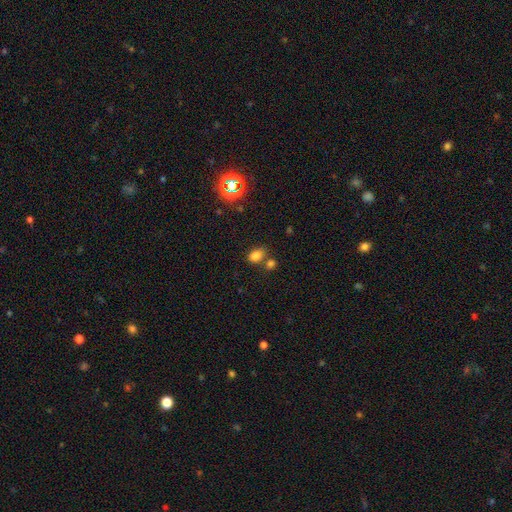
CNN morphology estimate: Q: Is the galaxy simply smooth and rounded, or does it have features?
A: smooth — 79%.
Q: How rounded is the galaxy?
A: in between — 79%.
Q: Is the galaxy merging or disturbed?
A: none — 62%.